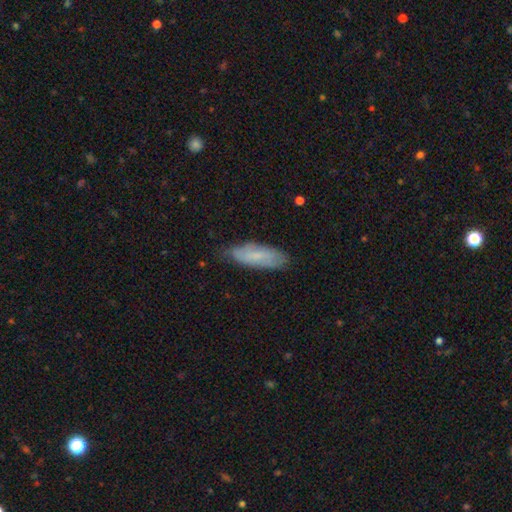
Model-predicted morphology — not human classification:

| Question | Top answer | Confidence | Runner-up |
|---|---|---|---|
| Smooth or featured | smooth | 62% | featured or disk (31%) |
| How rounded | in between | 64% | cigar-shaped (35%) |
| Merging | none | 73% | minor disturbance (22%) |